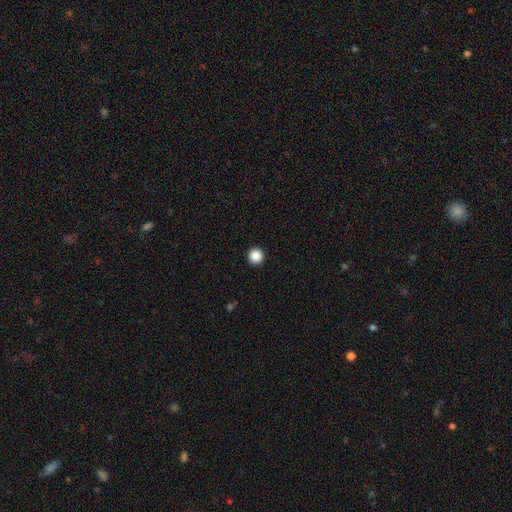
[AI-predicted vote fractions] A smooth galaxy with no disk features (87%) that is round (96%). Merging: none (94%).